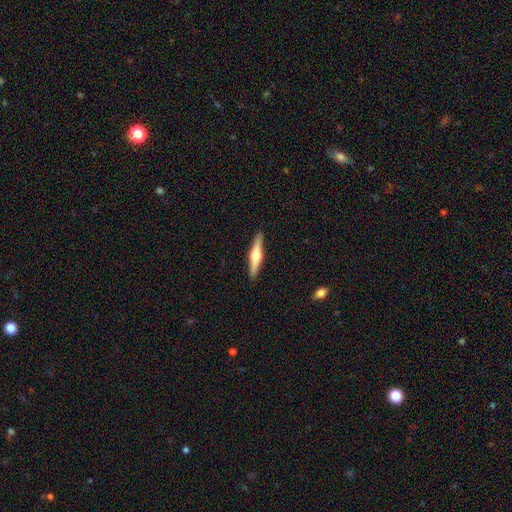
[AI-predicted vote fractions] A featured or disk galaxy (62%) viewed edge-on (97%) with a rounded central bulge (91%).

Vote fractions:
- Smooth or featured? featured or disk: 62% / smooth: 33% / star or artifact: 5%
- Edge-on disk? yes: 97% / no: 3%
- Edge-on bulge? rounded: 91% / boxy: 6% / none: 3%
- Merging? none: 91% / minor disturbance: 6% / major disturbance: 1% / merger: 1%